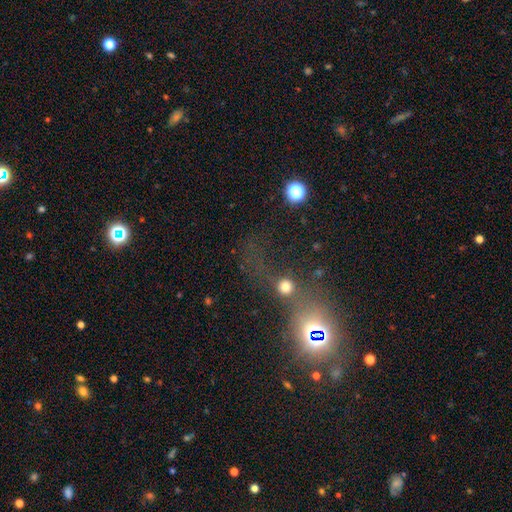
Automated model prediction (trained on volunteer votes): Smooth or featured: star or artifact — 59% (smooth — 27%)